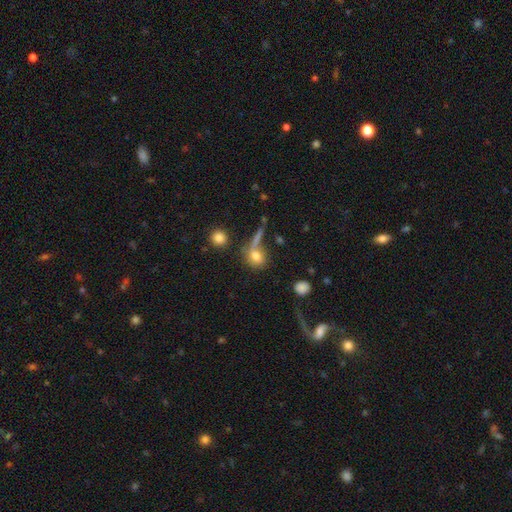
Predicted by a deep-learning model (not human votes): The model was most divided on "merging": none: 47%, merger: 23%, major disturbance: 16%, minor disturbance: 14%. More confident: smooth or featured — smooth (72%); how rounded — round (64%).